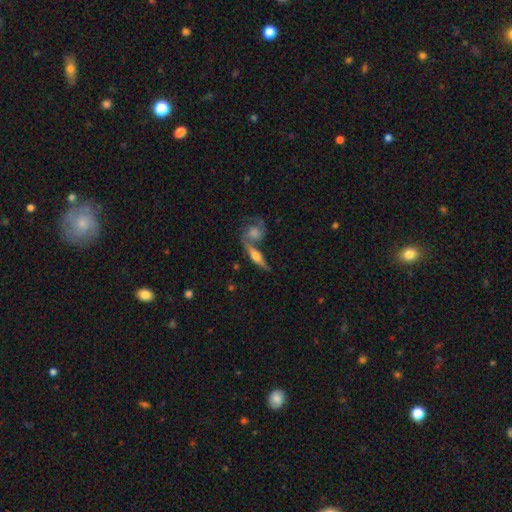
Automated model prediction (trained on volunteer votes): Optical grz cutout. It shows a featured or disk galaxy (66%) viewed edge-on (84%) with a rounded central bulge (91%). Merging: none (52%).